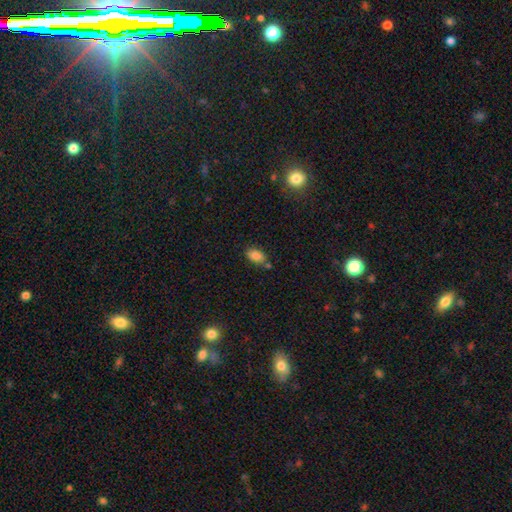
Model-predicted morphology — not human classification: Smooth or featured?
  - smooth: 84% *
  - star or artifact: 9%
  - featured or disk: 7%
How rounded?
  - in between: 89% *
  - round: 9%
  - cigar-shaped: 2%
Merging?
  - none: 72% *
  - minor disturbance: 14%
  - merger: 10%
  - major disturbance: 3%